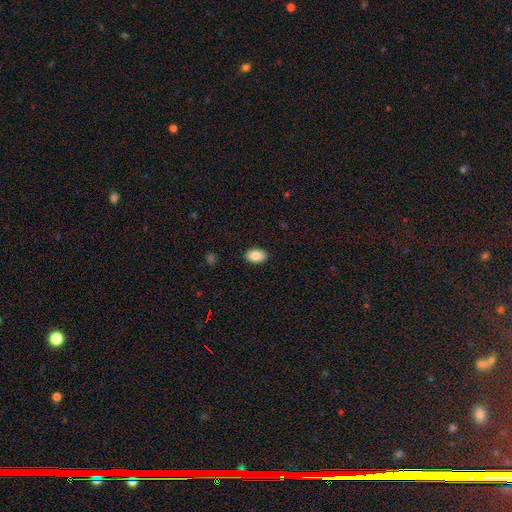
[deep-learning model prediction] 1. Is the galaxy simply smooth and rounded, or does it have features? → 87% smooth, 7% star or artifact, 6% featured or disk.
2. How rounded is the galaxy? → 92% in between, 6% round, 1% cigar-shaped.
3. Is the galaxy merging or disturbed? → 89% none, 8% minor disturbance, 2% major disturbance, 1% merger.